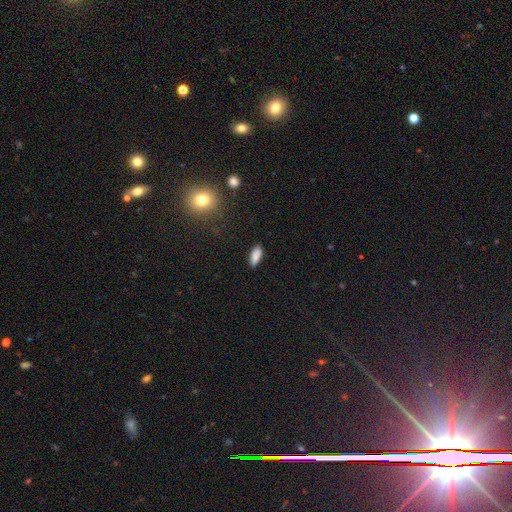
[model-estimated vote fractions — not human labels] smooth_or_featured: smooth (p=0.86) [alt: star or artifact p=0.08]
how_rounded: in between (p=0.77) [alt: cigar-shaped p=0.20]
merging: none (p=0.84) [alt: minor disturbance p=0.12]